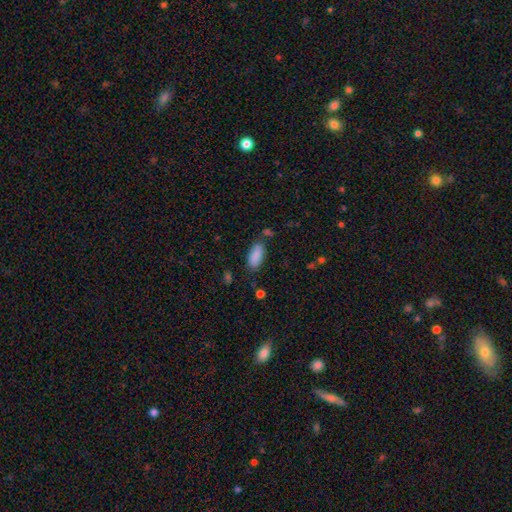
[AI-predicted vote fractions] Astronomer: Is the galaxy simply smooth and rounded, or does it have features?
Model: smooth — 88%.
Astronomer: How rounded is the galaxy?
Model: in between — 85%.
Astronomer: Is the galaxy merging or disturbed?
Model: none — 76%.